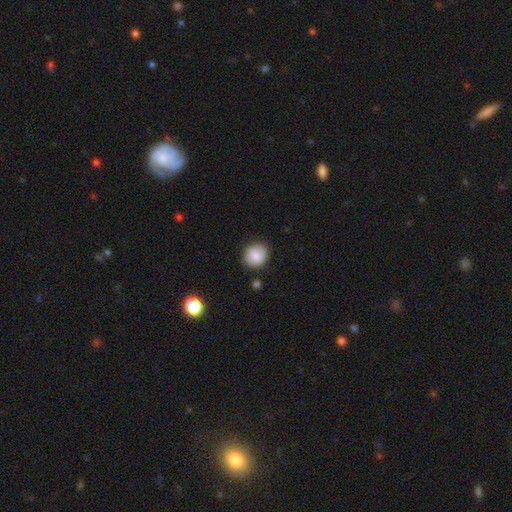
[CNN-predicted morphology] Smooth or featured? Predicted: smooth (p=0.81). How rounded? Predicted: round (p=0.81). Merging? Predicted: none (p=0.86).